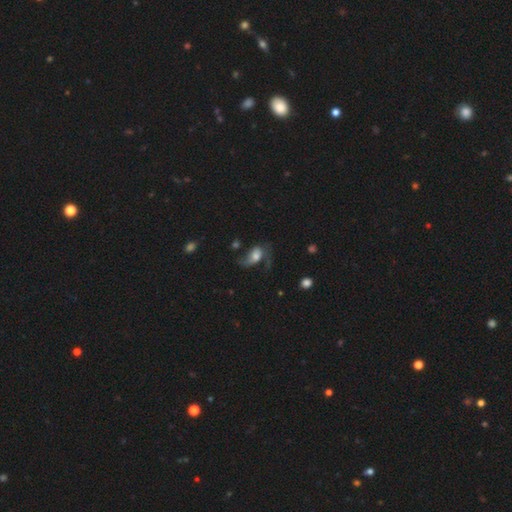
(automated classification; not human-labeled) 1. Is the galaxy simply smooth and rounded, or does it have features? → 55% featured or disk, 35% smooth, 10% star or artifact.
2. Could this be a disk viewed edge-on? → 95% no, 5% yes.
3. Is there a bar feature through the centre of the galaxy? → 60% no, 30% weak, 9% strong.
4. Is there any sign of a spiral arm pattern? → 81% yes, 19% no.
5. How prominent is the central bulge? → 43% moderate, 25% large, 20% small, 7% none, 4% dominant.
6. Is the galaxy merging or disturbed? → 43% major disturbance, 32% none, 19% minor disturbance, 6% merger.